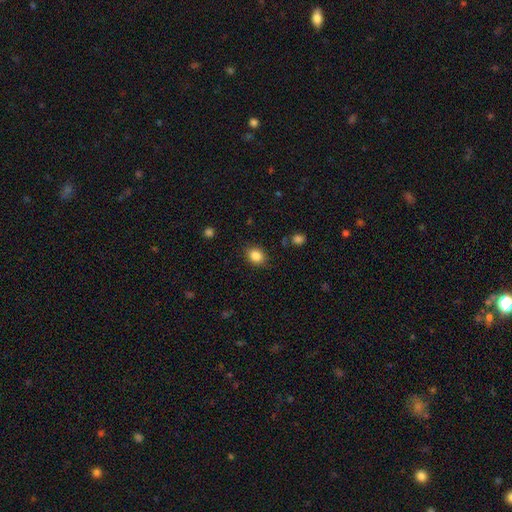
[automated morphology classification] This is clearly a smooth galaxy (86%). How rounded: possibly in between (50%). Merging: clearly none (86%).